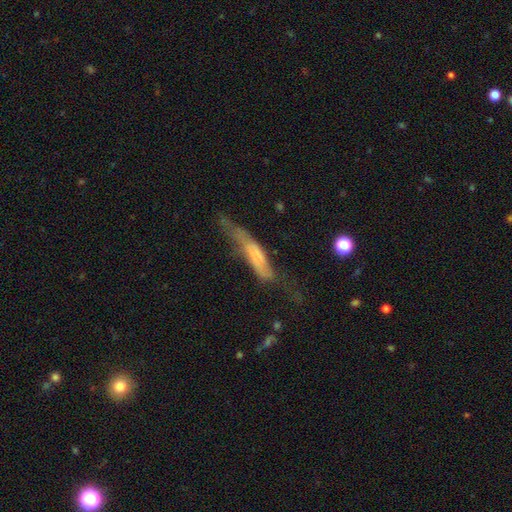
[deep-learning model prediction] The model was most divided on "merging": major disturbance: 36%, minor disturbance: 30%, none: 28%, merger: 6%. Remaining: smooth or featured — smooth (50%).